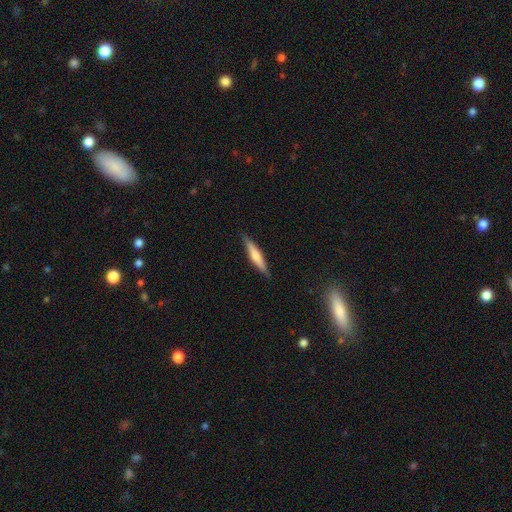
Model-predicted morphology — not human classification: Overall: smooth (48%; featured or disk 46%). Merging: none (89%).